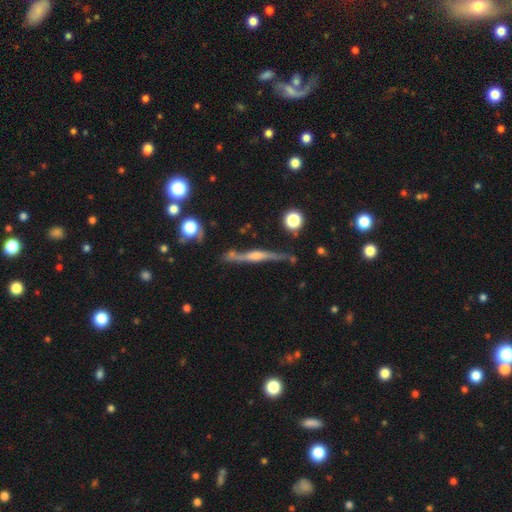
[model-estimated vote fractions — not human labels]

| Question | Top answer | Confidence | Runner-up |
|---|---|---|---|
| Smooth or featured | featured or disk | 79% | smooth (14%) |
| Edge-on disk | yes | 96% | no (4%) |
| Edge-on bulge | rounded | 75% | none (14%) |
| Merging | none | 77% | minor disturbance (15%) |